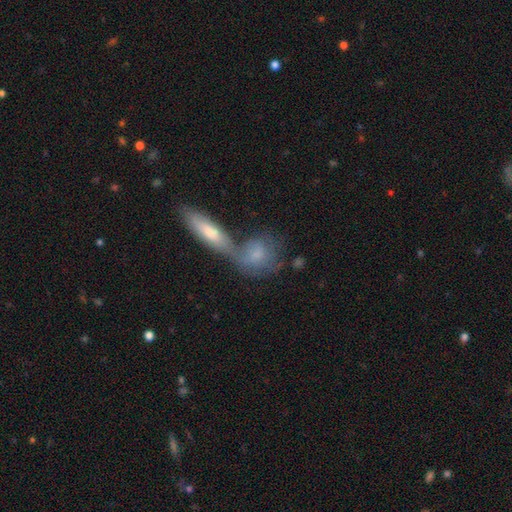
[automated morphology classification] smooth-or-featured: smooth: 64% | featured or disk: 29% | star or artifact: 8%
  how-rounded: in between: 49% | round: 37% | cigar-shaped: 15%
  merging: merger: 48% | none: 33% | minor disturbance: 13% | major disturbance: 7%